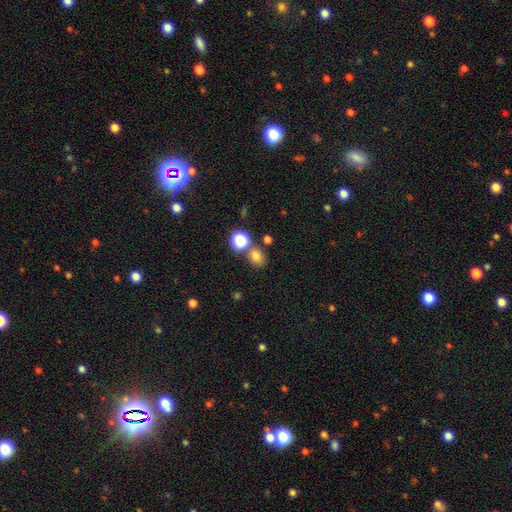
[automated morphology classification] The model was most divided on "how rounded": round: 57%, in between: 42%, cigar-shaped: 1%. More confident: smooth or featured — smooth (76%); merging — none (68%).